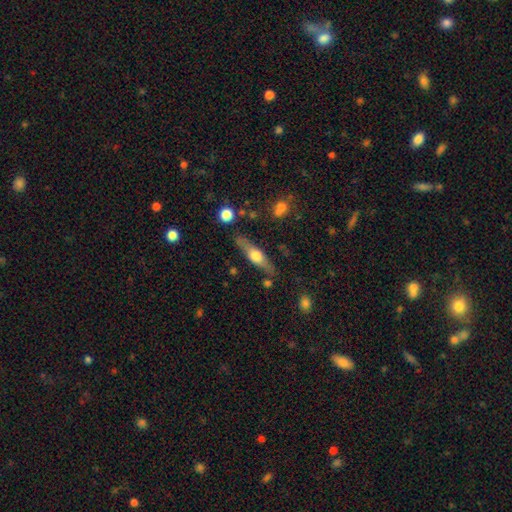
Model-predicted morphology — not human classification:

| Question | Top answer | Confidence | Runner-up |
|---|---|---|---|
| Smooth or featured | featured or disk | 55% | smooth (39%) |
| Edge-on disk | yes | 91% | no (9%) |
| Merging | none | 79% | minor disturbance (13%) |